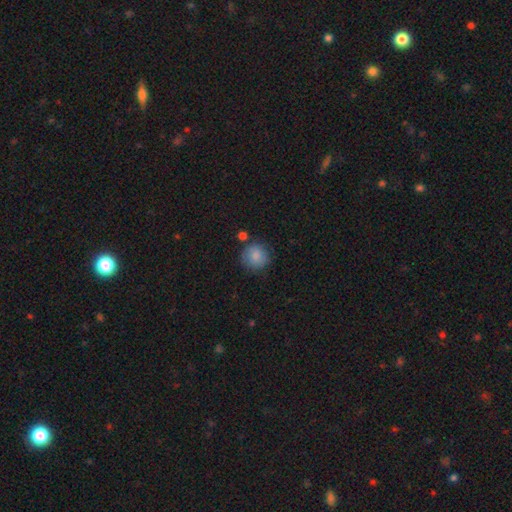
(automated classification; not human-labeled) This appears to be a smooth galaxy with no disk features (86%) that is round (92%). Merging: none (78%).